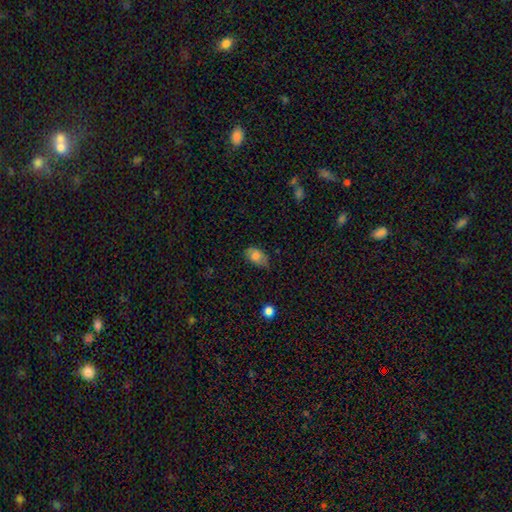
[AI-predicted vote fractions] The model was most divided on "merging": none: 58%, minor disturbance: 33%, major disturbance: 8%, merger: 2%. More confident: how rounded — in between (89%); smooth or featured — smooth (79%).